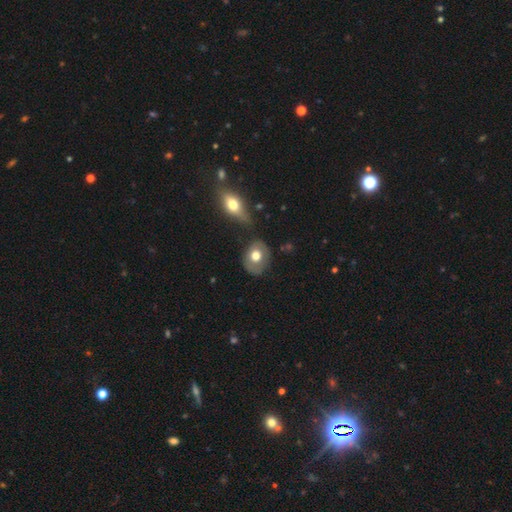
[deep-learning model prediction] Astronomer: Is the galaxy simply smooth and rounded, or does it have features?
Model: smooth — 60%.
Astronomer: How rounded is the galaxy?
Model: in between — 49%, tied with round at 49%.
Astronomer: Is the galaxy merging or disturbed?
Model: none — 71%.